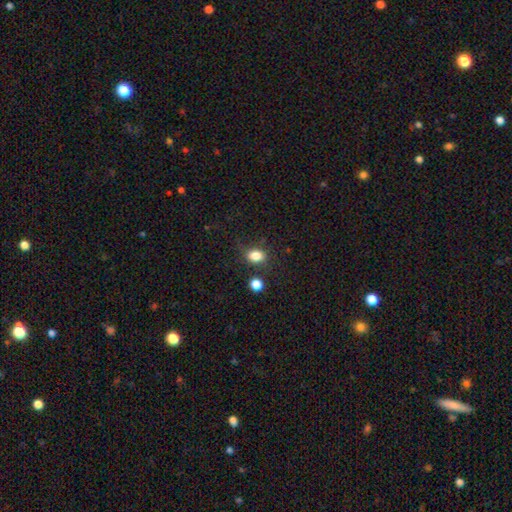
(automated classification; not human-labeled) This is clearly a smooth galaxy (83%). How rounded: likely in between (65%). Merging: likely none (72%).